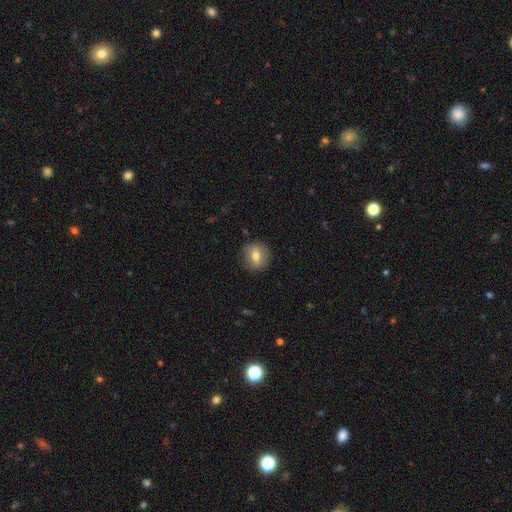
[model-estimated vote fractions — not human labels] smooth-or-featured: smooth: 65% | featured or disk: 26% | star or artifact: 9%
  how-rounded: round: 84% | in between: 15% | cigar-shaped: 1%
  merging: none: 87% | minor disturbance: 10% | major disturbance: 3% | merger: 1%